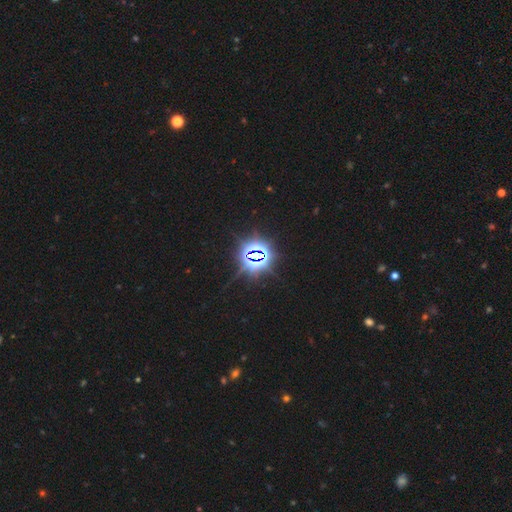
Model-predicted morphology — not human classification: Q: Smooth or featured?
A: star or artifact (84%); runner-up: smooth (9%)